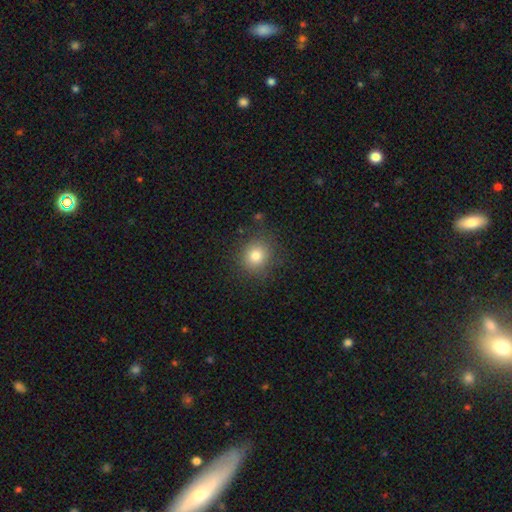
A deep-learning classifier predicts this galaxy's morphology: This is likely a smooth galaxy (80%). How rounded: clearly round (84%). Merging: clearly none (85%).